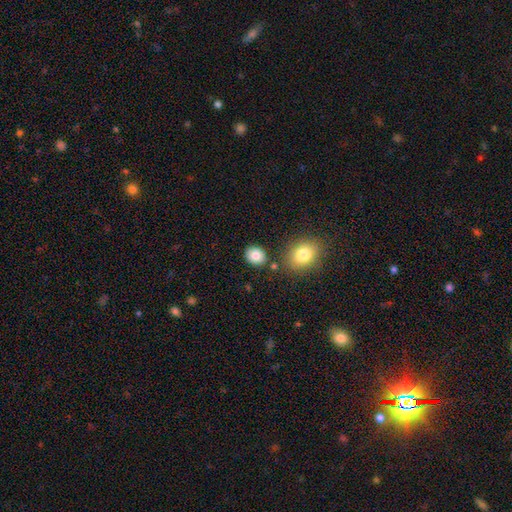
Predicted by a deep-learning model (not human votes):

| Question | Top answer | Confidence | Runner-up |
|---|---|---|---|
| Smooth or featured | smooth | 83% | star or artifact (9%) |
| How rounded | round | 65% | in between (34%) |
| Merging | none | 82% | minor disturbance (10%) |